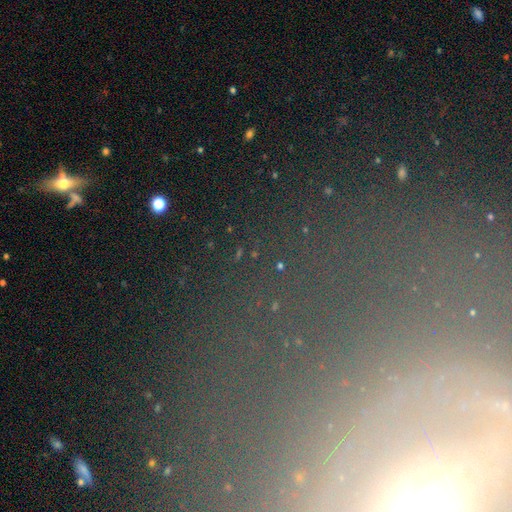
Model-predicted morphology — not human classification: star or artifact 59%, featured or disk 22%, smooth 19%.